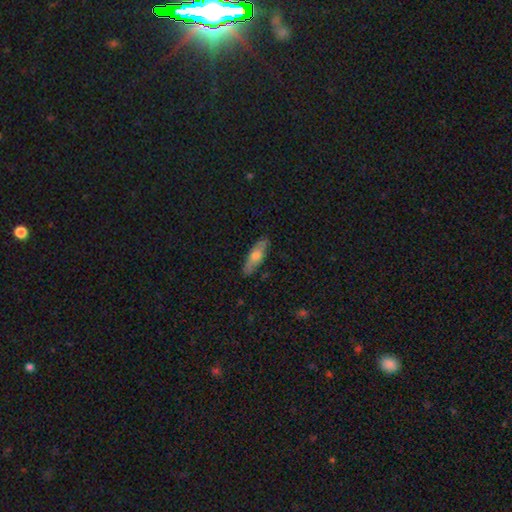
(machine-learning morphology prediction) Overall: smooth (60%; featured or disk 34%). How rounded: in between (49%; cigar-shaped 48%). Merging: none (85%).